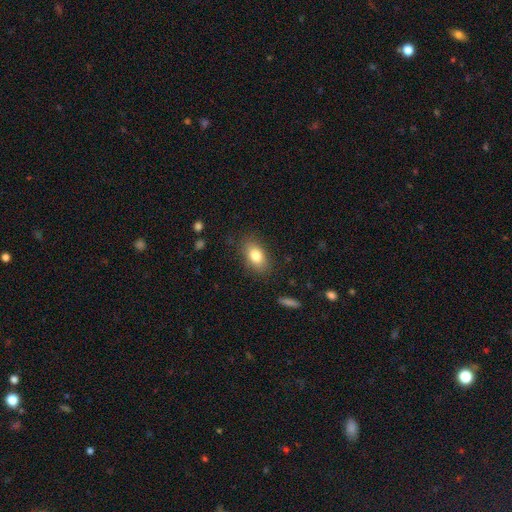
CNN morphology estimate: type=smooth (82%); roundness=in between (88%); merging=none (84%).